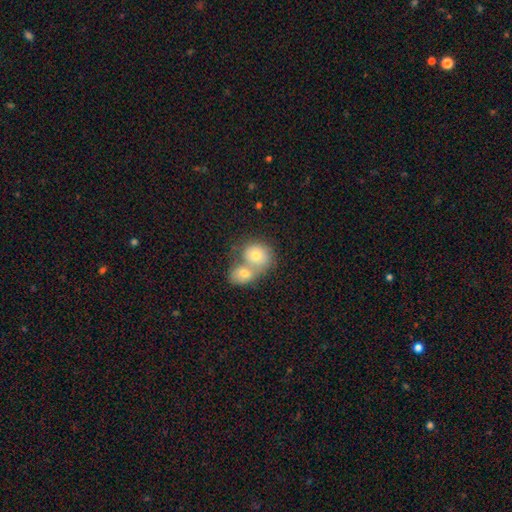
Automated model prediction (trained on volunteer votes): The model was most divided on "how rounded": round: 70%, in between: 29%, cigar-shaped: 1%. More confident: smooth or featured — smooth (72%); merging — merger (67%).